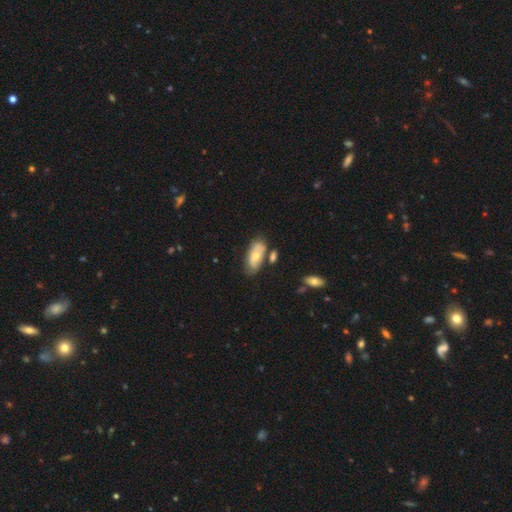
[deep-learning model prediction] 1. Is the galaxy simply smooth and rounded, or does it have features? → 61% smooth, 32% featured or disk, 6% star or artifact.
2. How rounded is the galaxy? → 89% in between, 7% cigar-shaped, 3% round.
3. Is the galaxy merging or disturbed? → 62% none, 21% minor disturbance, 12% merger, 5% major disturbance.